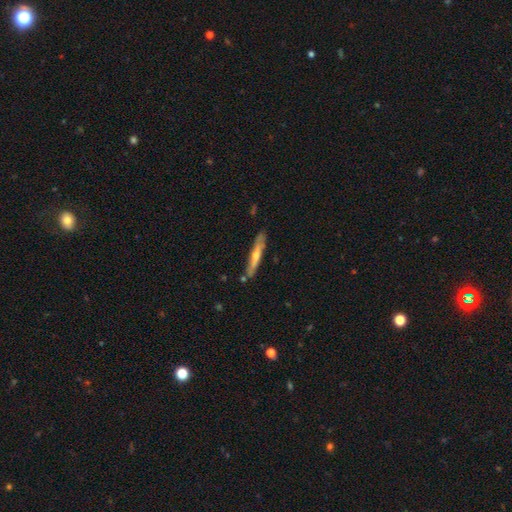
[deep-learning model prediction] Smooth or featured? featured or disk (53%)
Edge-on disk? yes (86%)
Merging? none (78%)